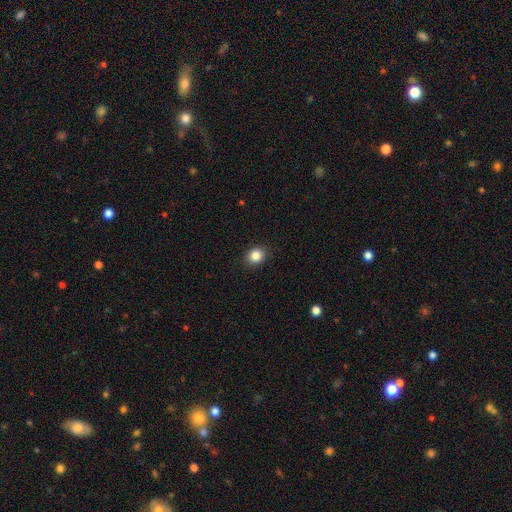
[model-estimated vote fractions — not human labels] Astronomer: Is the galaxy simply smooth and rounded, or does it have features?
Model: smooth — 85%.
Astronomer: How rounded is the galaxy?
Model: round — 64%.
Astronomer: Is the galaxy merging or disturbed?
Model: none — 90%.